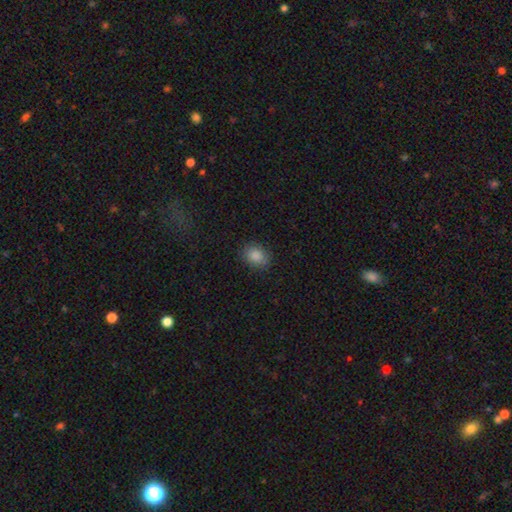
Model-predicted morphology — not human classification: smooth_or_featured: smooth (p=0.87) [alt: star or artifact p=0.09]
how_rounded: in between (p=0.58) [alt: round p=0.41]
merging: none (p=0.85) [alt: minor disturbance p=0.11]